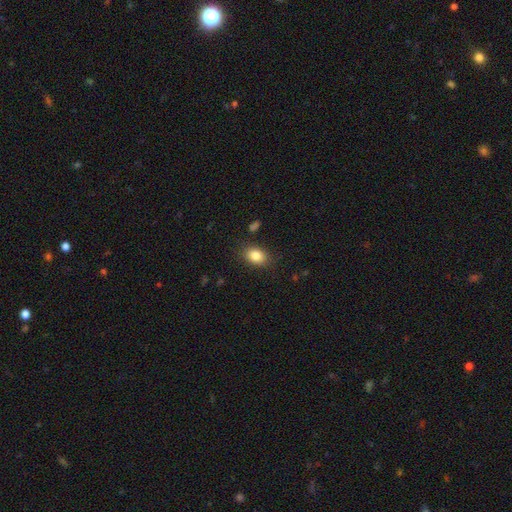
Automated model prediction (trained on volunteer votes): This appears to be a smooth galaxy with no disk features (85%) that is in between round and cigar-shaped (74%). Merging: none (84%).